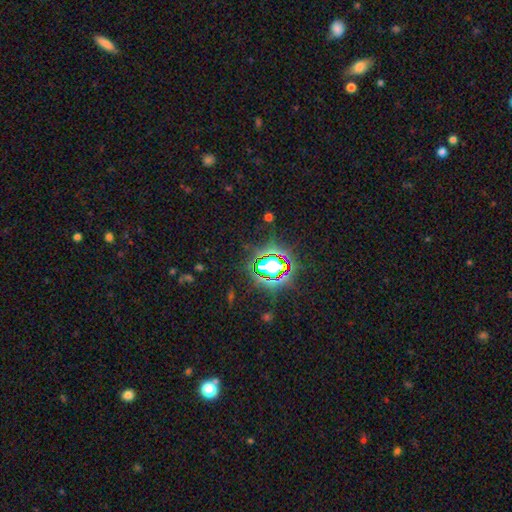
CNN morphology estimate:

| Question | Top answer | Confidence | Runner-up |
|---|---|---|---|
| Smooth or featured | star or artifact | 83% | smooth (11%) |